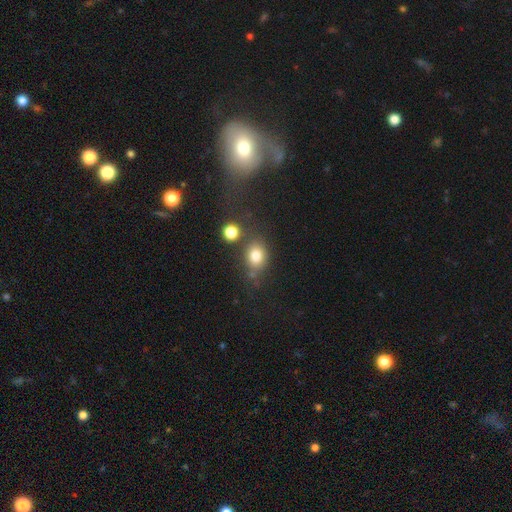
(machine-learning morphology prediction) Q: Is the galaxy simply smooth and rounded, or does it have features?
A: smooth — 78%.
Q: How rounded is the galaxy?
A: round — 55%.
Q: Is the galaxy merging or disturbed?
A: none — 65%.